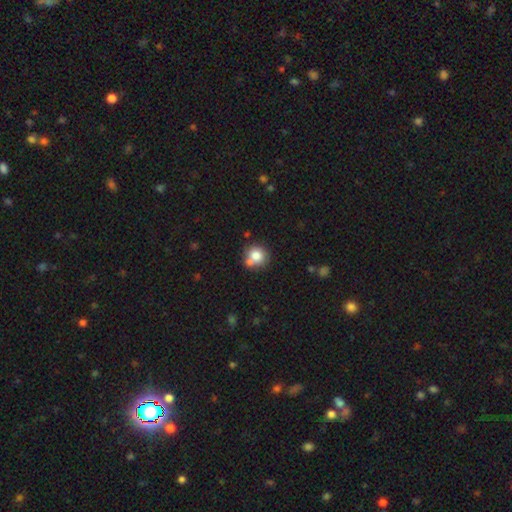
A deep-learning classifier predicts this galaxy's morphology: Smooth or featured: smooth — 78% (featured or disk — 11%)
How rounded: round — 87% (in between — 12%)
Merging: none — 61% (merger — 25%)